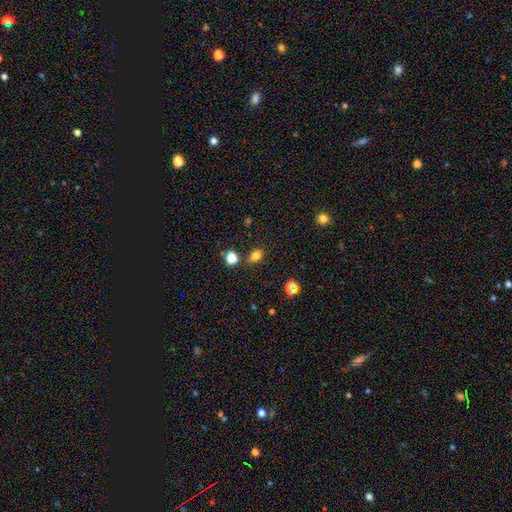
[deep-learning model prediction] smooth_or_featured: smooth (p=0.79) [alt: star or artifact p=0.16]
how_rounded: in between (p=0.57) [alt: round p=0.42]
merging: none (p=0.78) [alt: minor disturbance p=0.11]